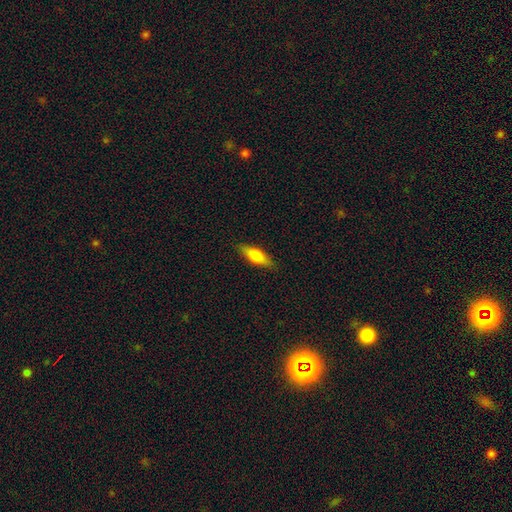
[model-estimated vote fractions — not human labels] Smooth or featured: smooth — 73% (featured or disk — 20%)
How rounded: in between — 59% (cigar-shaped — 39%)
Merging: none — 87% (minor disturbance — 10%)